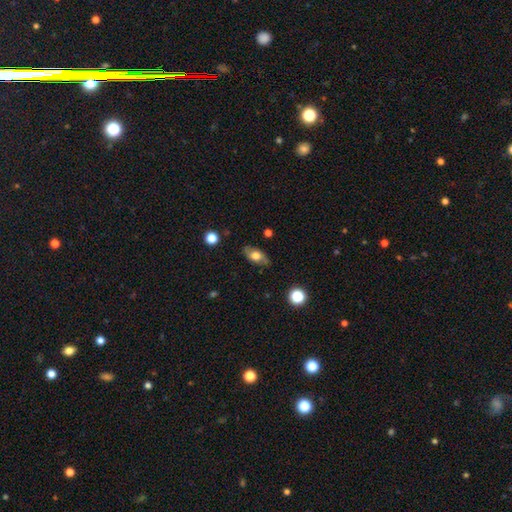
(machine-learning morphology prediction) smooth 65%, featured or disk 27%, star or artifact 8%. Down the decision tree: how rounded — in between (87%); merging — none (80%).